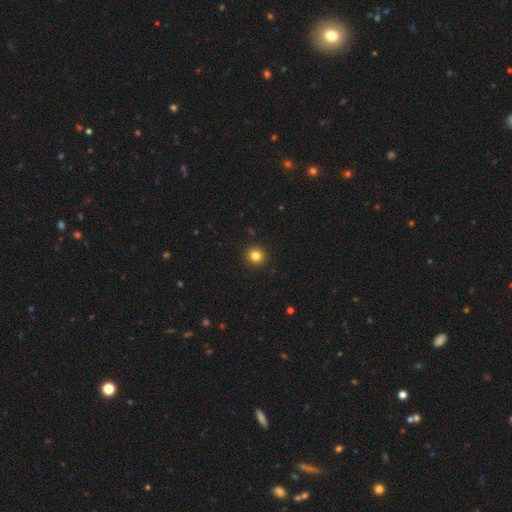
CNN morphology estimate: A smooth galaxy with no disk features (82%) that is round (94%). Merging: none (93%).